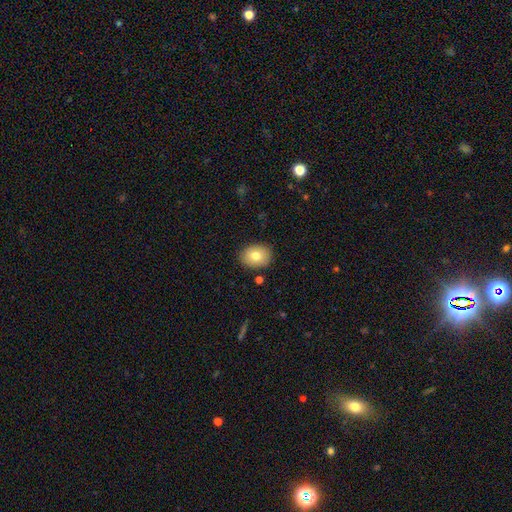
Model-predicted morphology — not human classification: Overall: smooth (79%). How rounded: in between (59%; round 40%). Merging: none (87%).